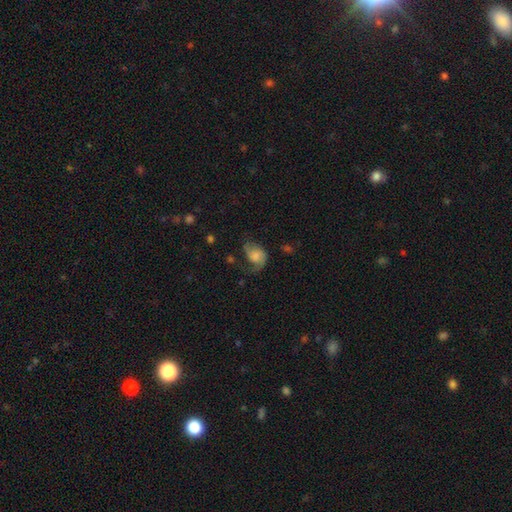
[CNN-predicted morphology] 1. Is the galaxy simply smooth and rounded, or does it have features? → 50% featured or disk, 41% smooth, 9% star or artifact.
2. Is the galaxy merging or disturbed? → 38% none, 33% major disturbance, 27% minor disturbance, 3% merger.